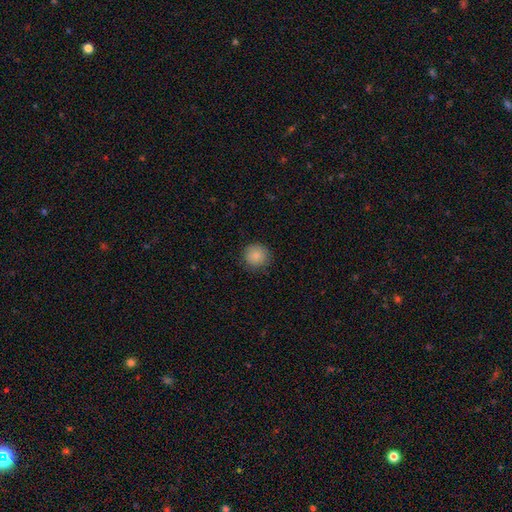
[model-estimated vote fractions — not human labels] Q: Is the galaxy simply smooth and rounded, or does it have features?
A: smooth — 88%.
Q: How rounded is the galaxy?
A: round — 93%.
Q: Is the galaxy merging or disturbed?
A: none — 89%.